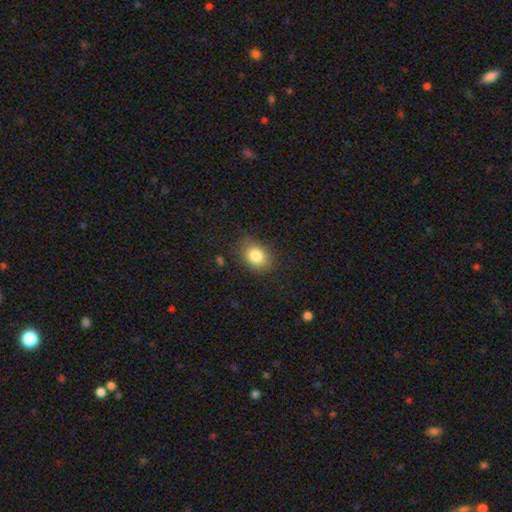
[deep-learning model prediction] Smooth or featured?
  - smooth: 82% *
  - star or artifact: 9%
  - featured or disk: 8%
How rounded?
  - in between: 63% *
  - round: 36%
  - cigar-shaped: 1%
Merging?
  - none: 80% *
  - minor disturbance: 15%
  - major disturbance: 4%
  - merger: 1%